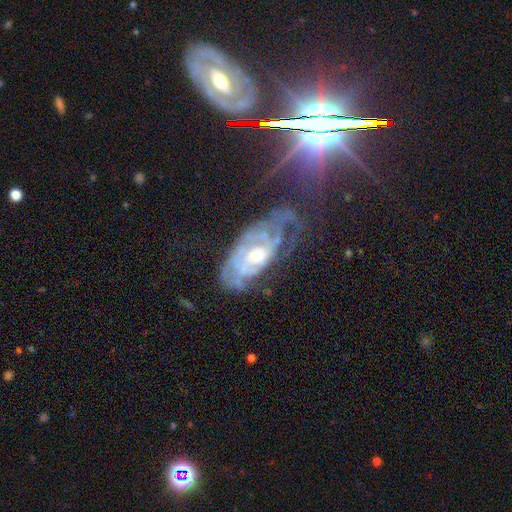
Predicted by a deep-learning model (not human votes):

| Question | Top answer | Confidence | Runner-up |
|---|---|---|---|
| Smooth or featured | featured or disk | 80% | smooth (12%) |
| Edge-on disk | no | 93% | yes (7%) |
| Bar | no | 70% | weak (24%) |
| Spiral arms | yes | 87% | no (13%) |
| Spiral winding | tight | 66% | medium (26%) |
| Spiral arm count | can't tell | 54% | 2 (15%) |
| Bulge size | moderate | 47% | small (46%) |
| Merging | none | 48% | minor disturbance (26%) |